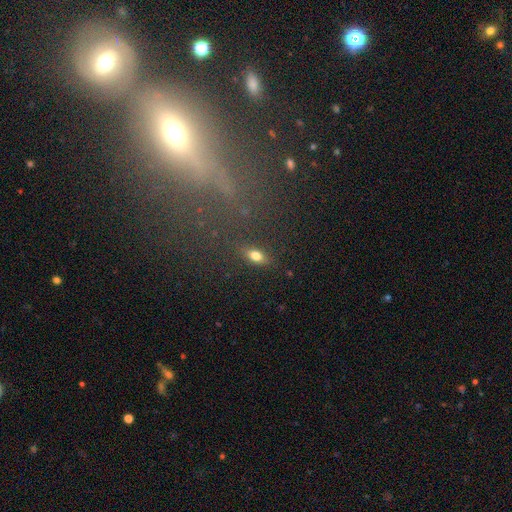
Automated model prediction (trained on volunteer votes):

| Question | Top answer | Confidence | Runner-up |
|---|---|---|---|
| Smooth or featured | smooth | 69% | featured or disk (19%) |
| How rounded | in between | 74% | cigar-shaped (16%) |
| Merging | none | 84% | minor disturbance (11%) |